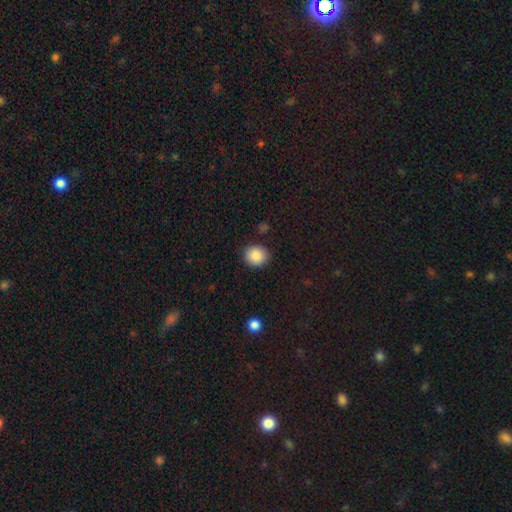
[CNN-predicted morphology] The model was most divided on "how rounded": round: 82%, in between: 17%, cigar-shaped: 1%. More confident: smooth or featured — smooth (88%); merging — none (88%).